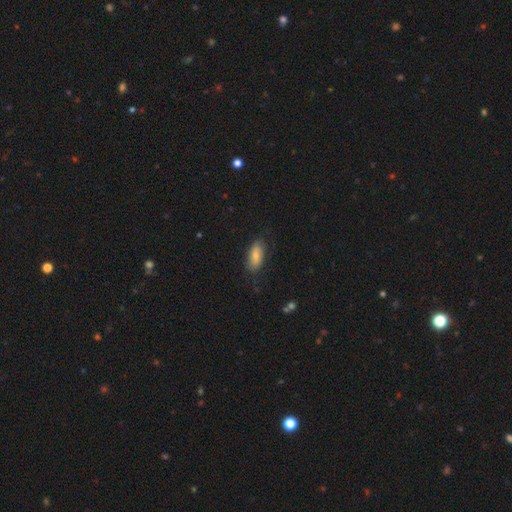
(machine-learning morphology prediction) Overall: smooth (79%). How rounded: in between (86%). Merging: none (74%).